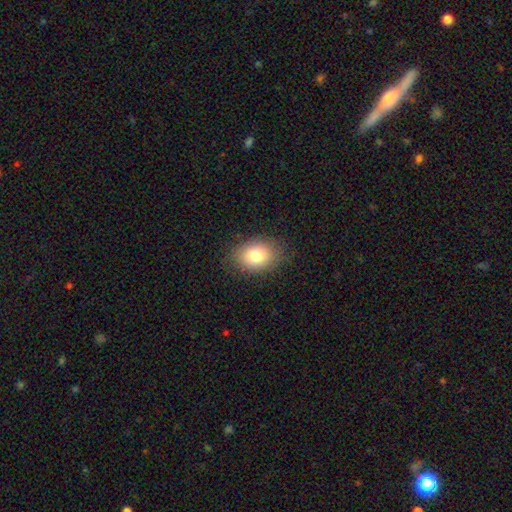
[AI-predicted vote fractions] smooth 81%, featured or disk 10%, star or artifact 9%. Down the decision tree: how rounded — in between (72%); merging — none (83%).